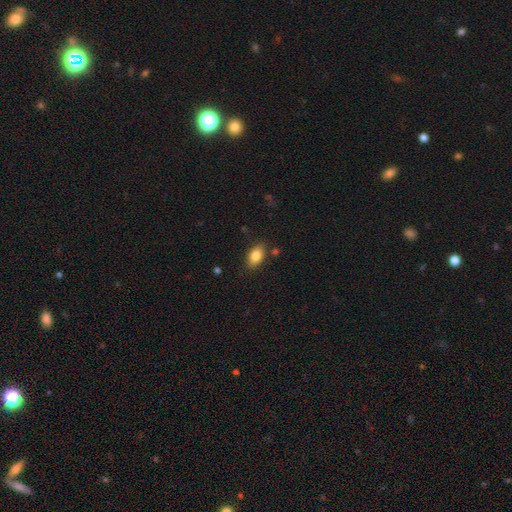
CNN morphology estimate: Q: Smooth or featured?
A: smooth (84%); runner-up: featured or disk (8%)
Q: How rounded?
A: in between (89%); runner-up: round (8%)
Q: Merging?
A: none (82%); runner-up: minor disturbance (12%)